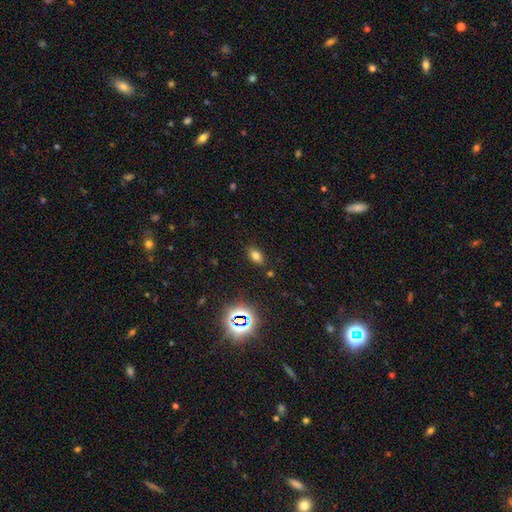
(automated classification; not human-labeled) Smooth or featured? smooth (73%)
How rounded? in between (87%)
Merging? none (84%)